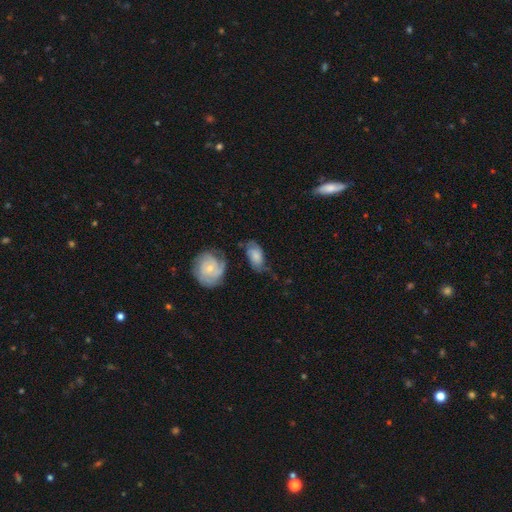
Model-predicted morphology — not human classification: This appears to be a smooth galaxy with no disk features (46%, tied with featured or disk). Merging: none (45%).